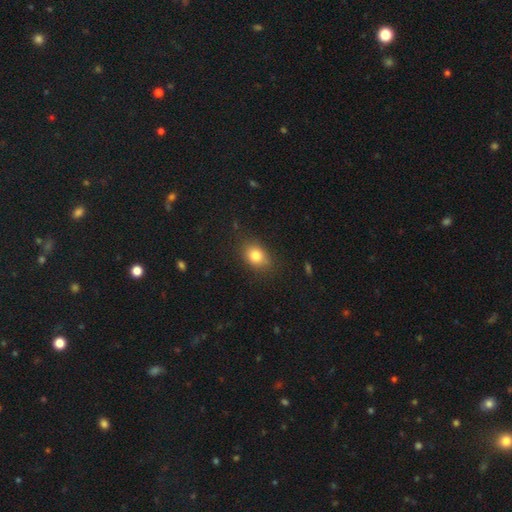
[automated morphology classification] smooth_or_featured: smooth (p=0.81) [alt: star or artifact p=0.10]
how_rounded: in between (p=0.65) [alt: round p=0.33]
merging: none (p=0.80) [alt: minor disturbance p=0.15]